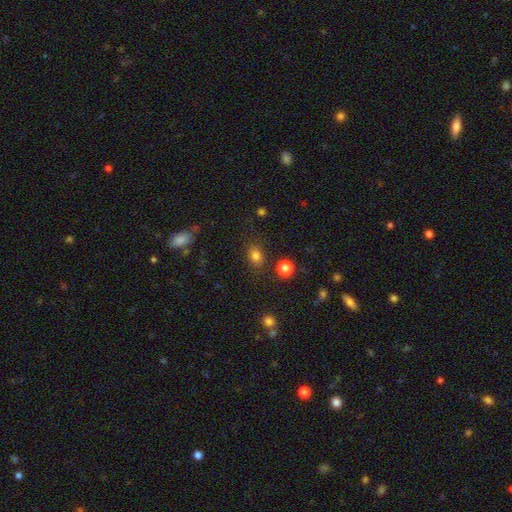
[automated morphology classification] This appears to be a smooth galaxy with no disk features (79%) that is in between round and cigar-shaped (55%). Merging: none (79%).